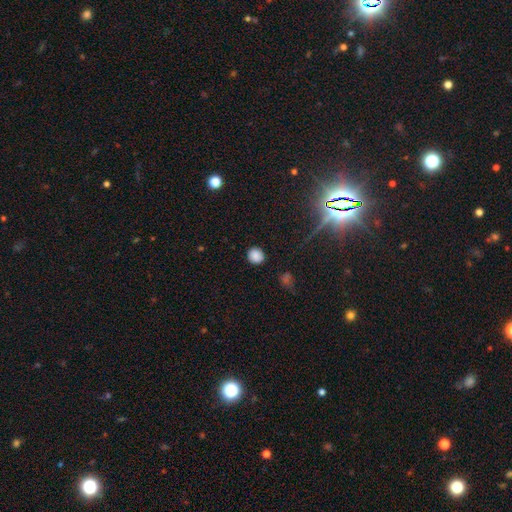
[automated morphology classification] This appears to be a smooth galaxy with no disk features (84%) that is round (87%). Merging: none (89%).